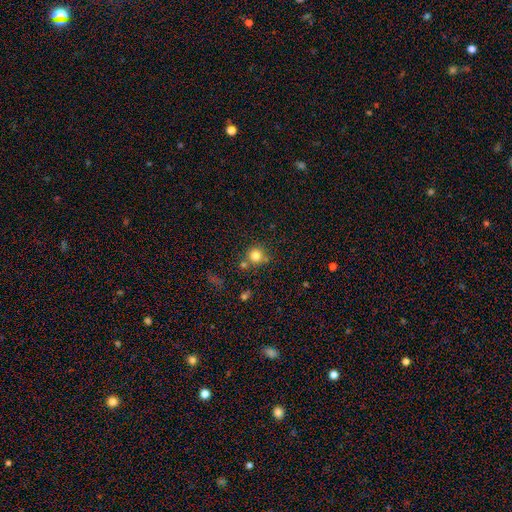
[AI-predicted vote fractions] smooth-or-featured: smooth: 80% | star or artifact: 12% | featured or disk: 7%
  how-rounded: round: 92% | in between: 7% | cigar-shaped: 1%
  merging: none: 71% | merger: 14% | minor disturbance: 11% | major disturbance: 4%